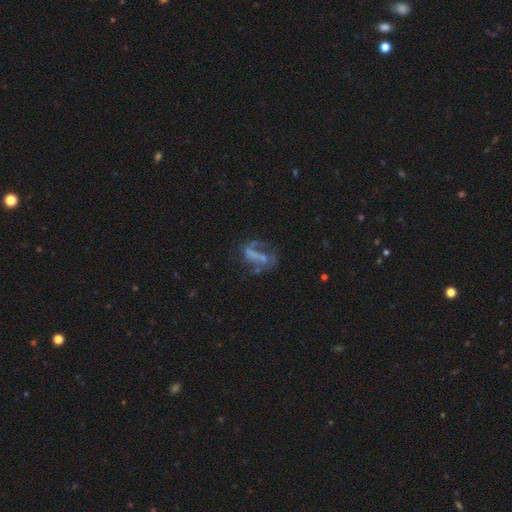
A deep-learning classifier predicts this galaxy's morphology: Smooth or featured? featured or disk (59%)
Edge-on disk? no (92%)
Bar? no (51%)
Spiral arms? no (56%)
Bulge size? none (64%)
Merging? major disturbance (39%)